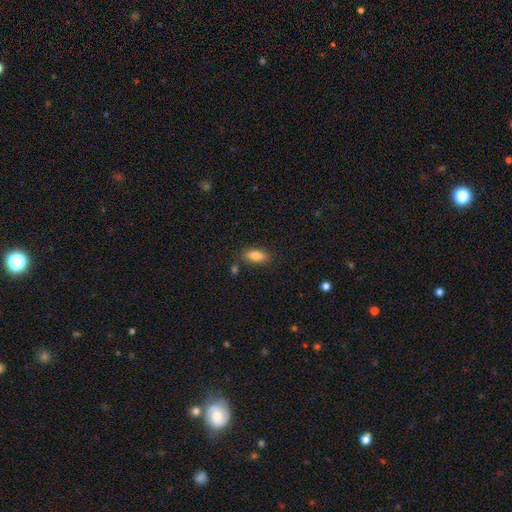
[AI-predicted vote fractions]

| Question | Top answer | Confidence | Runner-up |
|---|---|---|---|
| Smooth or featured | smooth | 83% | featured or disk (9%) |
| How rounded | in between | 84% | cigar-shaped (12%) |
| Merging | none | 81% | minor disturbance (12%) |